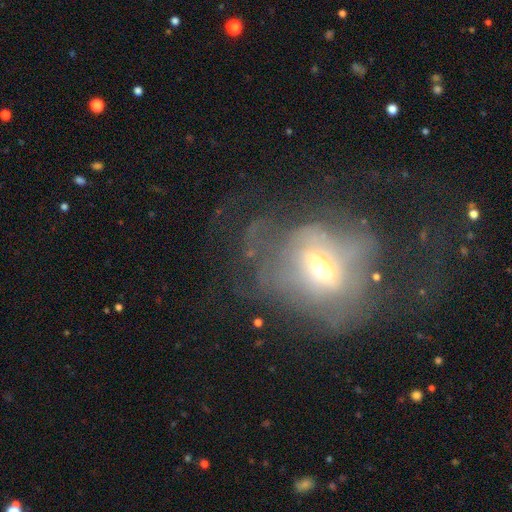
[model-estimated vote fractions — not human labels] A featured or disk galaxy (52%).

Vote fractions:
- Smooth or featured? featured or disk: 52% / smooth: 28% / star or artifact: 20%
- Edge-on disk? no: 92% / yes: 8%
- Merging? major disturbance: 42% / none: 38% / minor disturbance: 18% / merger: 3%